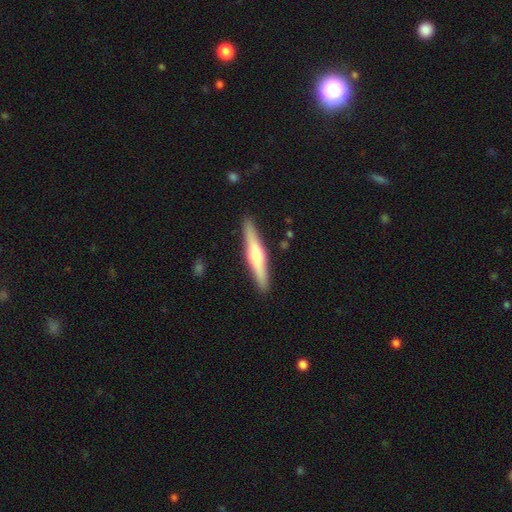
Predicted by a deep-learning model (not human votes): A featured or disk galaxy (59%) viewed edge-on (96%) with a rounded central bulge (88%). Merging: none (90%).